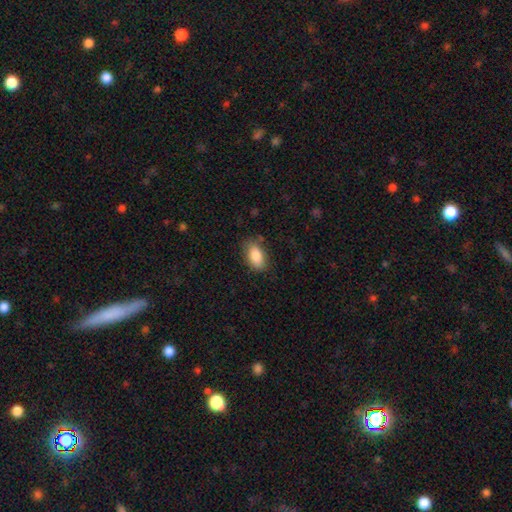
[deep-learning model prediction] Smooth or featured?
  - smooth: 86% *
  - star or artifact: 7%
  - featured or disk: 7%
How rounded?
  - in between: 91% *
  - round: 6%
  - cigar-shaped: 4%
Merging?
  - none: 79% *
  - minor disturbance: 15%
  - major disturbance: 4%
  - merger: 2%